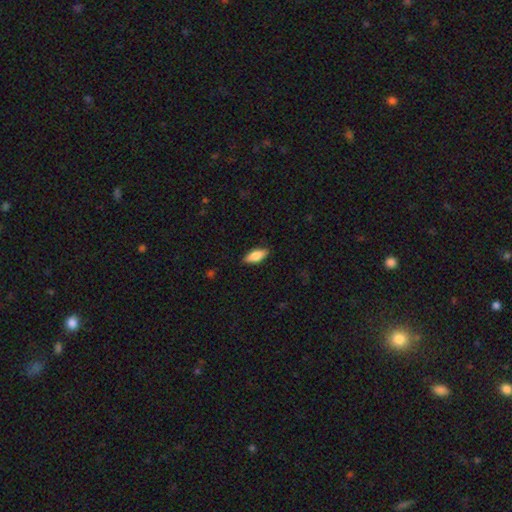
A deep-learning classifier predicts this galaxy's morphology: Smooth or featured?
  - smooth: 79% *
  - featured or disk: 15%
  - star or artifact: 6%
How rounded?
  - in between: 79% *
  - cigar-shaped: 18%
  - round: 2%
Merging?
  - none: 87% *
  - minor disturbance: 10%
  - major disturbance: 2%
  - merger: 1%